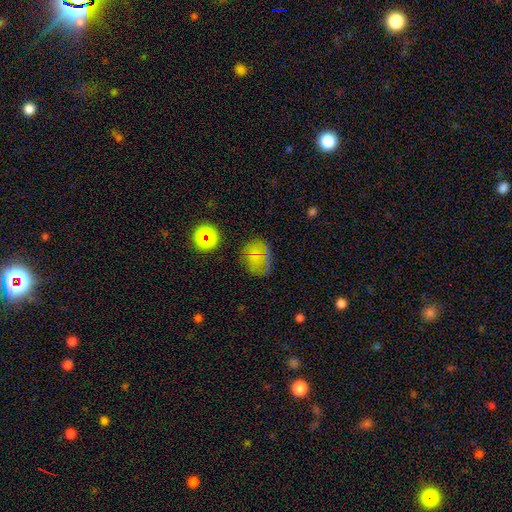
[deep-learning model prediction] A smooth galaxy with no disk features (60%) that is round (61%). Merging: none (66%).